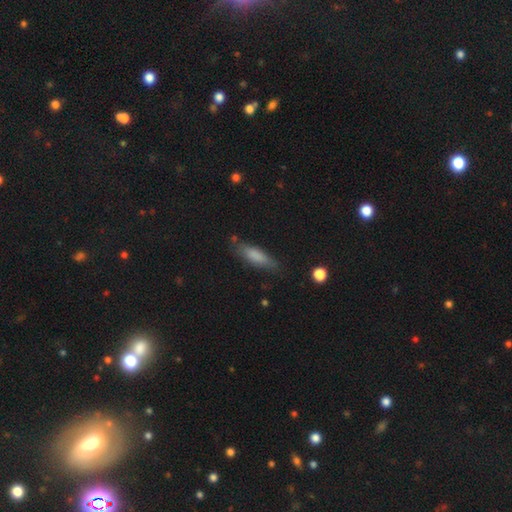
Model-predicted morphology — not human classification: Q: Smooth or featured?
A: smooth (79%); runner-up: featured or disk (14%)
Q: How rounded?
A: cigar-shaped (55%); runner-up: in between (43%)
Q: Merging?
A: none (72%); runner-up: minor disturbance (20%)